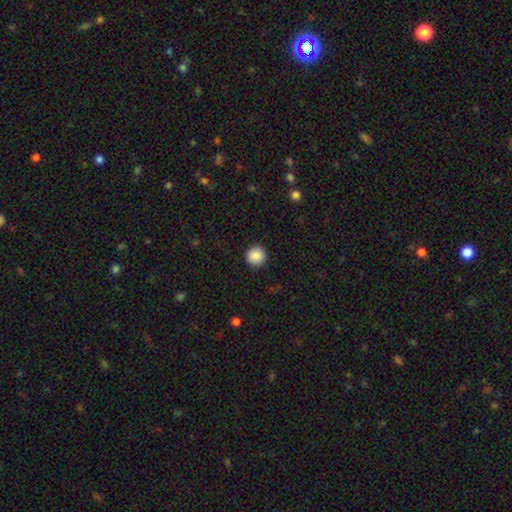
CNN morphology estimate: smooth-or-featured: smooth: 87% | star or artifact: 9% | featured or disk: 4%
  how-rounded: round: 95% | in between: 4% | cigar-shaped: 1%
  merging: none: 92% | minor disturbance: 5% | major disturbance: 2% | merger: 1%